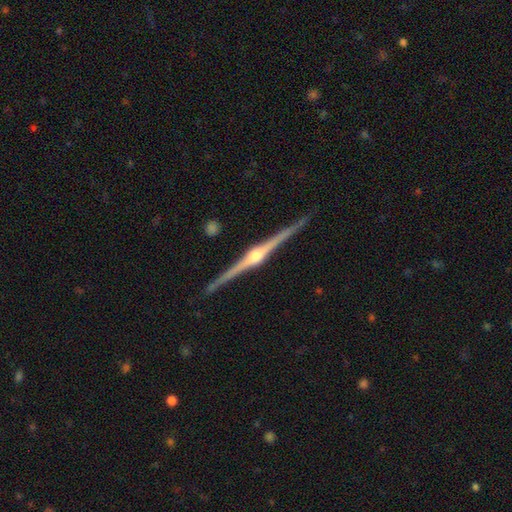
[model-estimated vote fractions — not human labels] Smooth or featured?
  - featured or disk: 92% *
  - smooth: 4%
  - star or artifact: 4%
Edge-on disk?
  - yes: 99% *
  - no: 1%
Edge-on bulge?
  - rounded: 93% *
  - boxy: 4%
  - none: 3%
Merging?
  - none: 92% *
  - minor disturbance: 6%
  - major disturbance: 1%
  - merger: 1%